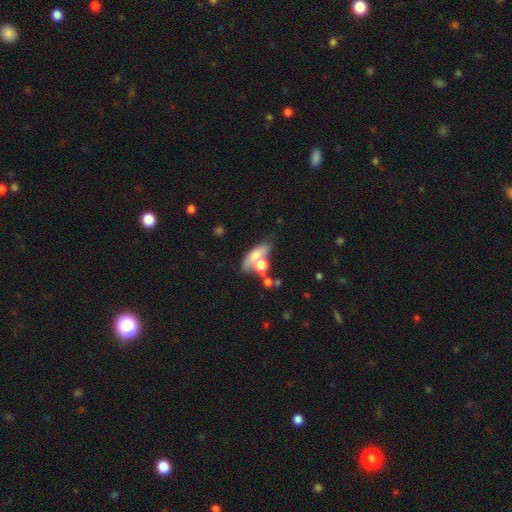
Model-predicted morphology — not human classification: Smooth or featured?
  - smooth: 58% *
  - featured or disk: 32%
  - star or artifact: 11%
How rounded?
  - in between: 64% *
  - cigar-shaped: 23%
  - round: 13%
Merging?
  - merger: 40% *
  - none: 36%
  - minor disturbance: 14%
  - major disturbance: 10%